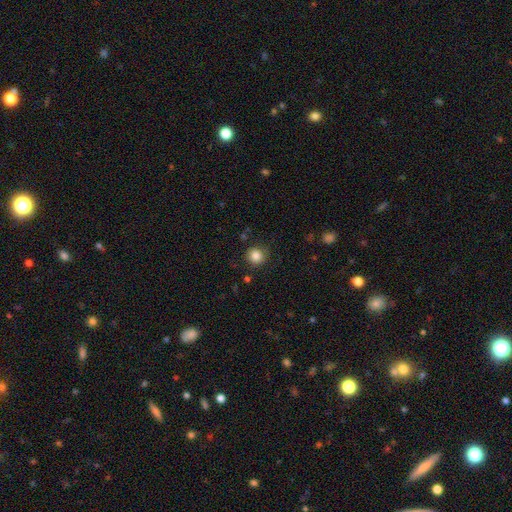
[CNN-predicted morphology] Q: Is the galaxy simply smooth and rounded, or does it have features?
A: smooth — 85%.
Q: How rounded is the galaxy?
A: round — 93%.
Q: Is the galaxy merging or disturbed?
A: none — 87%.